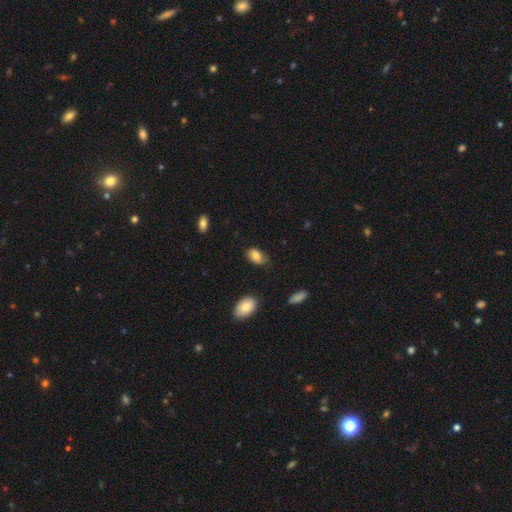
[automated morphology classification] Overall: smooth (82%). How rounded: in between (92%). Merging: none (71%).